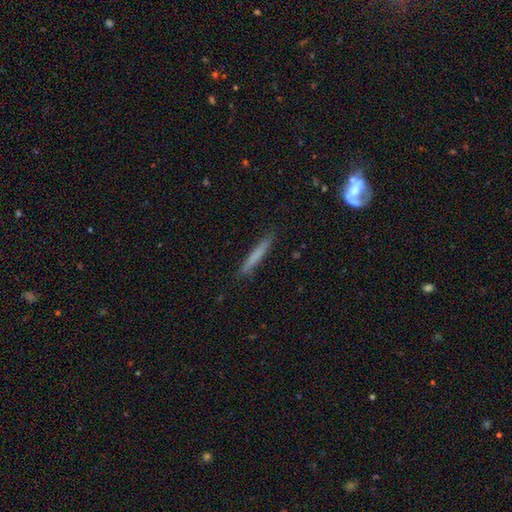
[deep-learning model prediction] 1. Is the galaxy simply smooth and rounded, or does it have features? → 68% smooth, 25% featured or disk, 6% star or artifact.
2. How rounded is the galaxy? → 96% cigar-shaped, 3% in between, 1% round.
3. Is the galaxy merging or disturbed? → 89% none, 8% minor disturbance, 2% major disturbance, 1% merger.